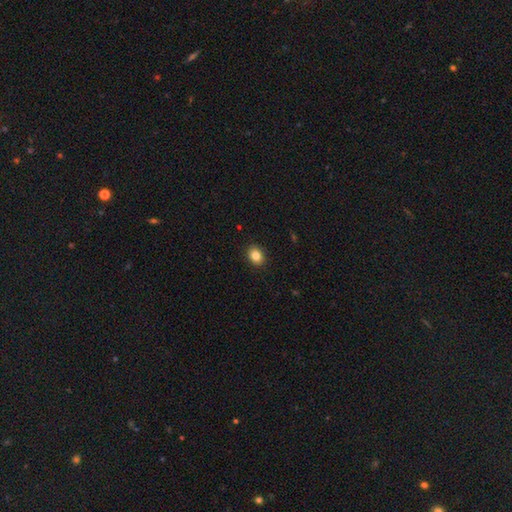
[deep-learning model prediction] Smooth or featured: smooth — 84% (star or artifact — 10%)
How rounded: in between — 54% (round — 45%)
Merging: none — 91% (minor disturbance — 7%)